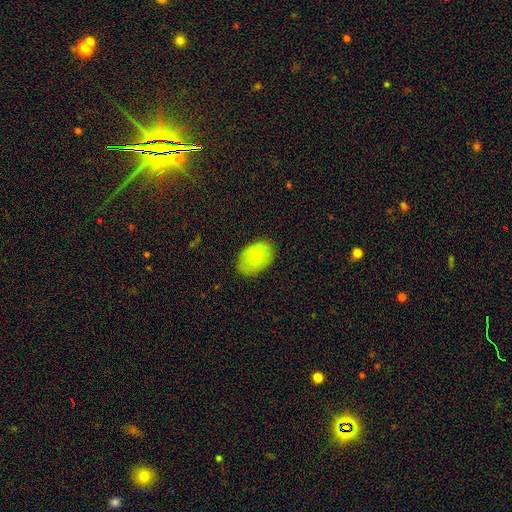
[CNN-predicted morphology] Overall: smooth (77%). How rounded: in between (88%). Merging: none (78%).